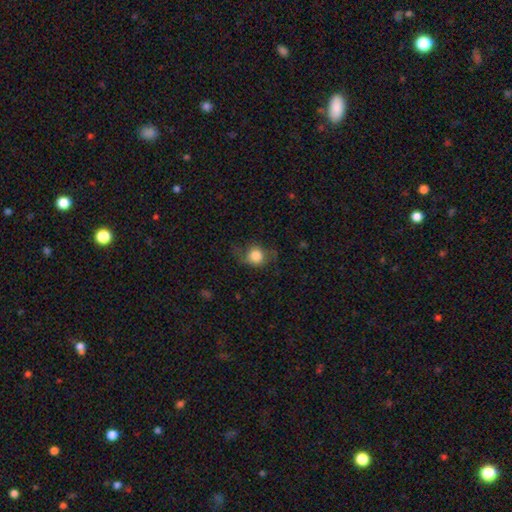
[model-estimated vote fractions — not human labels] Smooth or featured? smooth (70%)
How rounded? round (73%)
Merging? none (54%)